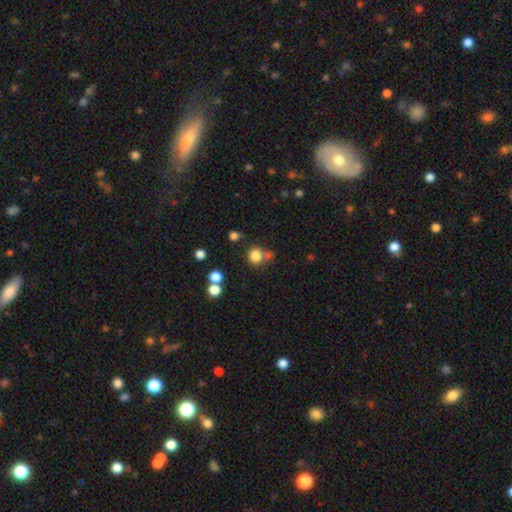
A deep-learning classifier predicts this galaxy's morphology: Smooth or featured? smooth (81%)
How rounded? round (88%)
Merging? none (66%)